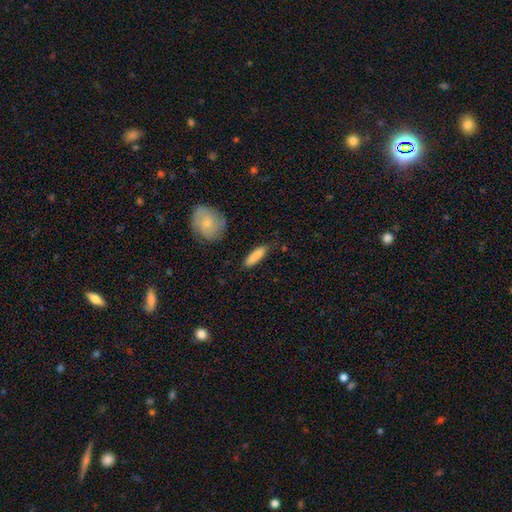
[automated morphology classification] smooth-or-featured: smooth: 86% | featured or disk: 8% | star or artifact: 6%
  how-rounded: cigar-shaped: 62% | in between: 36% | round: 2%
  merging: none: 81% | minor disturbance: 14% | major disturbance: 3% | merger: 2%